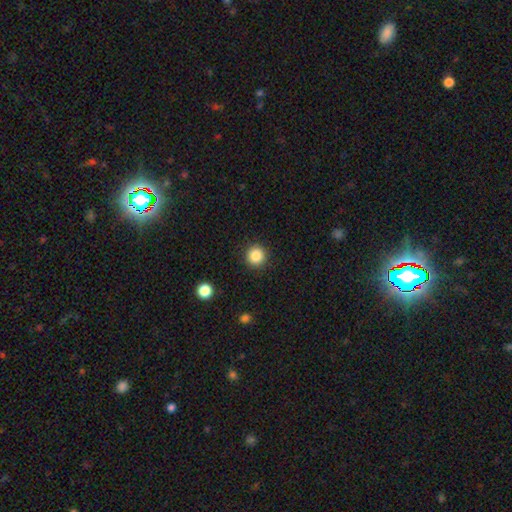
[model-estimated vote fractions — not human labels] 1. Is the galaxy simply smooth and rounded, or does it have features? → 86% smooth, 10% star or artifact, 4% featured or disk.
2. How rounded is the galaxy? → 95% round, 4% in between, 1% cigar-shaped.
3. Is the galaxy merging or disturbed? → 92% none, 5% minor disturbance, 2% major disturbance, 1% merger.